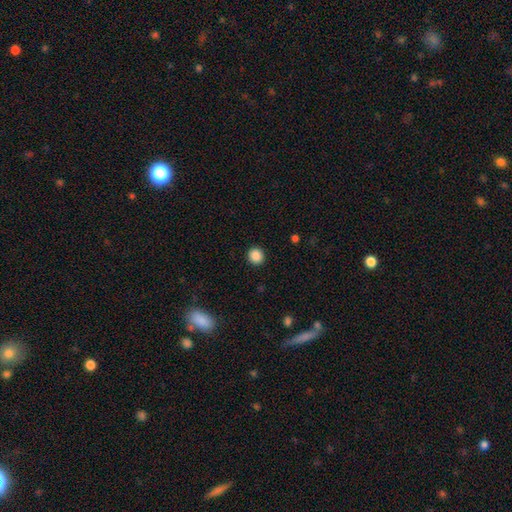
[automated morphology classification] This appears to be a smooth galaxy with no disk features (88%) that is round (88%). Merging: none (92%).